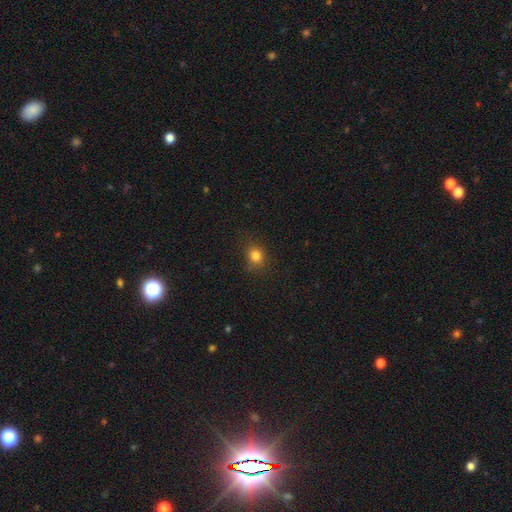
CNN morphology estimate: smooth-or-featured: smooth: 81% | star or artifact: 14% | featured or disk: 5%
  how-rounded: round: 80% | in between: 19% | cigar-shaped: 1%
  merging: none: 82% | minor disturbance: 13% | major disturbance: 4% | merger: 1%